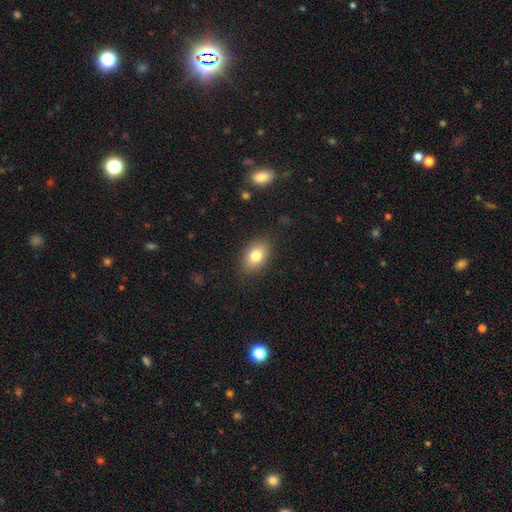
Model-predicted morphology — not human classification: A smooth galaxy with no disk features (79%) that is in between round and cigar-shaped (83%).

Vote fractions:
- Smooth or featured? smooth: 79% / featured or disk: 12% / star or artifact: 9%
- How rounded? in between: 83% / round: 15% / cigar-shaped: 2%
- Merging? none: 85% / minor disturbance: 11% / major disturbance: 3% / merger: 1%